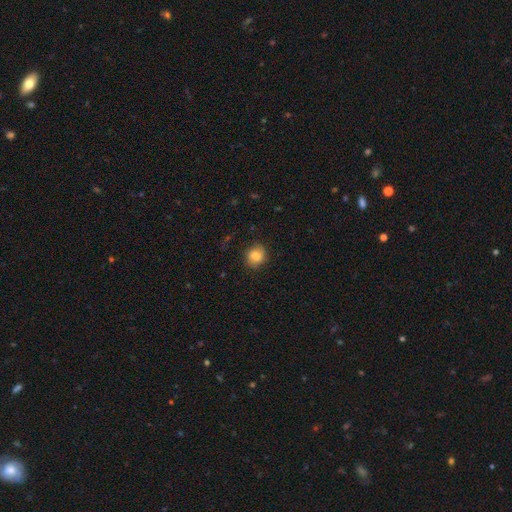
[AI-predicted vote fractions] Morphology: type=smooth (82%); roundness=round (81%); merging=none (84%).